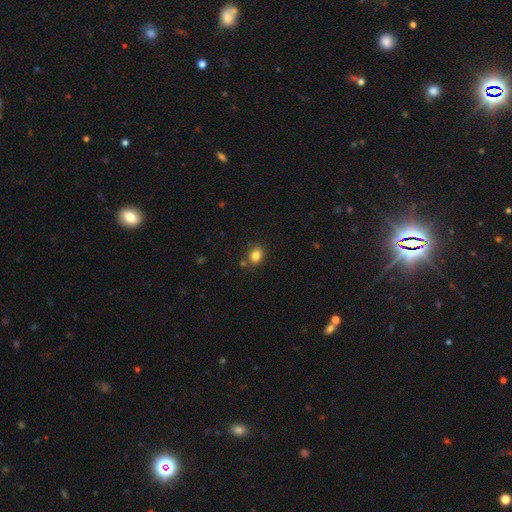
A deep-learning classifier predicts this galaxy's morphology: smooth_or_featured: smooth (p=0.82) [alt: star or artifact p=0.11]
how_rounded: round (p=0.61) [alt: in between p=0.38]
merging: none (p=0.78) [alt: minor disturbance p=0.11]